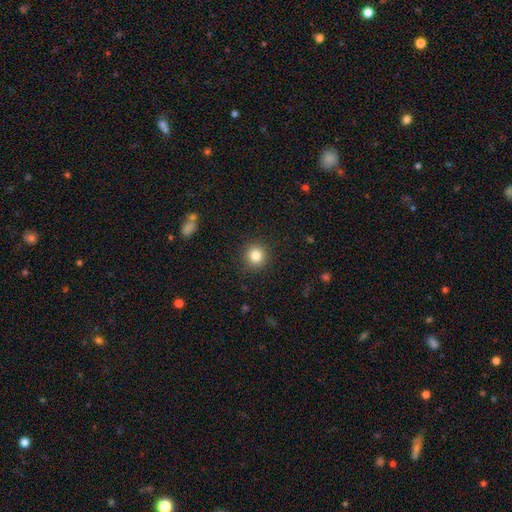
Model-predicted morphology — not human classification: Smooth or featured? smooth (84%)
How rounded? round (92%)
Merging? none (90%)